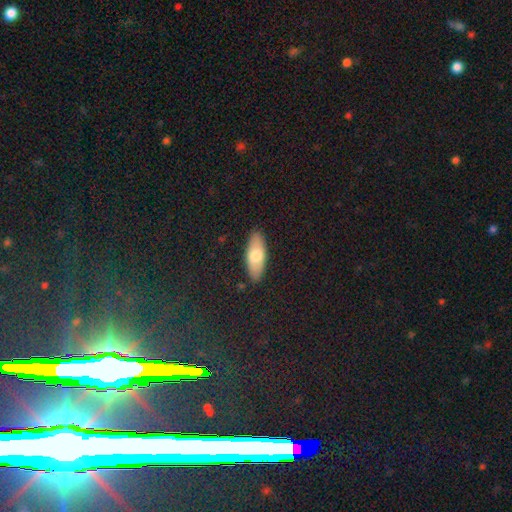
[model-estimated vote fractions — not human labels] Morphology: type=smooth (71%); roundness=in between (78%); merging=none (88%).